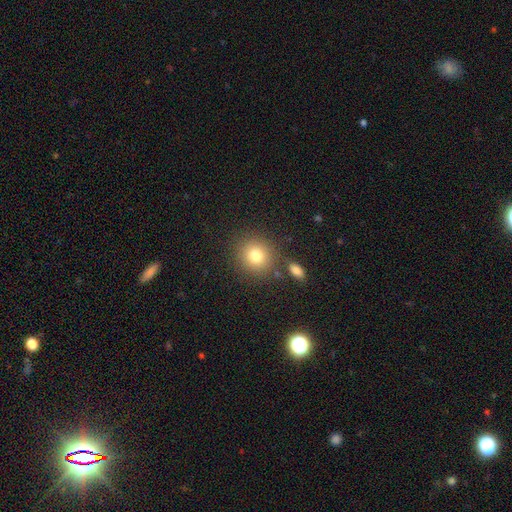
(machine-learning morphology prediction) Smooth or featured? smooth (79%)
How rounded? round (87%)
Merging? none (81%)